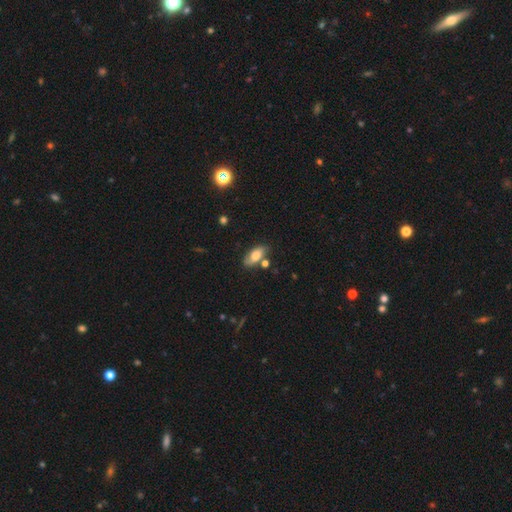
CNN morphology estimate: type=smooth (70%); roundness=in between (87%); merging=none (71%).